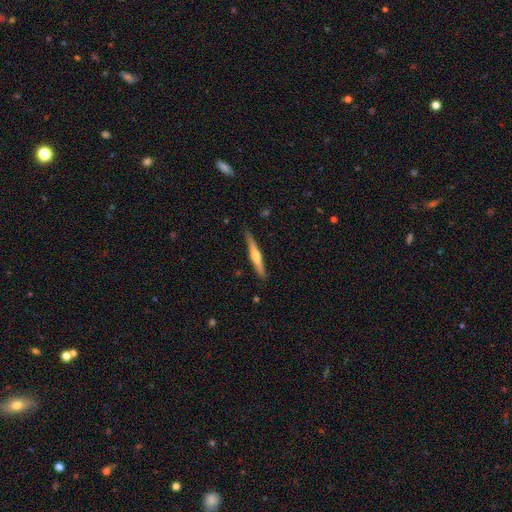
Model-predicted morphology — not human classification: This is possibly a featured or disk galaxy (60%). It is clearly viewed edge-on (97%). Edge-on bulge: clearly rounded (83%). Merging: clearly none (87%).